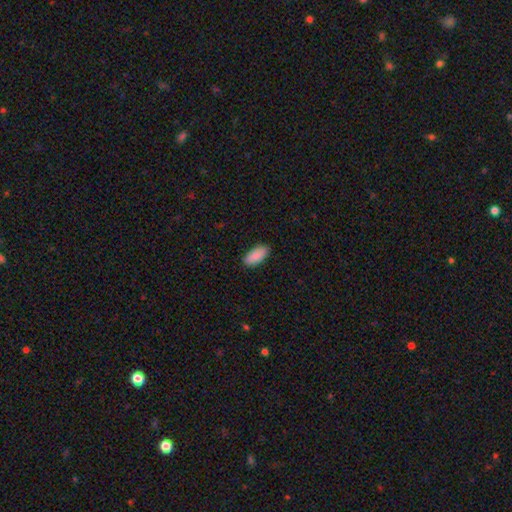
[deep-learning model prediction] This appears to be a smooth galaxy with no disk features (90%) that is in between round and cigar-shaped (91%). Merging: none (89%).